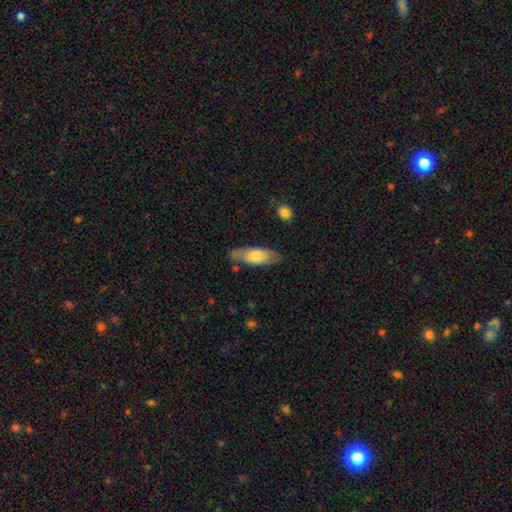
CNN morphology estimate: Overall: smooth (62%; featured or disk 33%). How rounded: in between (67%; cigar-shaped 31%). Merging: none (78%).